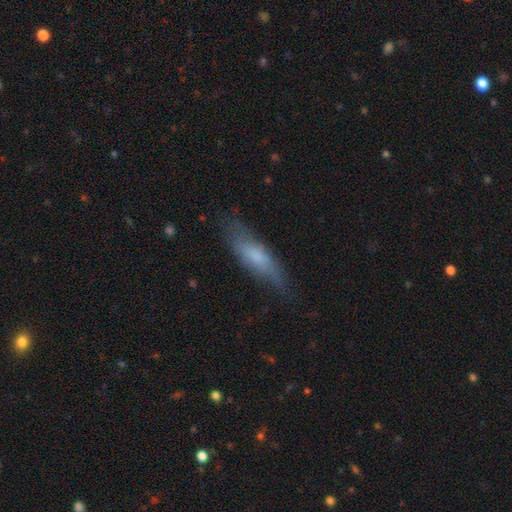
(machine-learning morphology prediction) This appears to be a smooth galaxy with no disk features (60%) that is cigar-shaped (64%). Merging: none (66%).